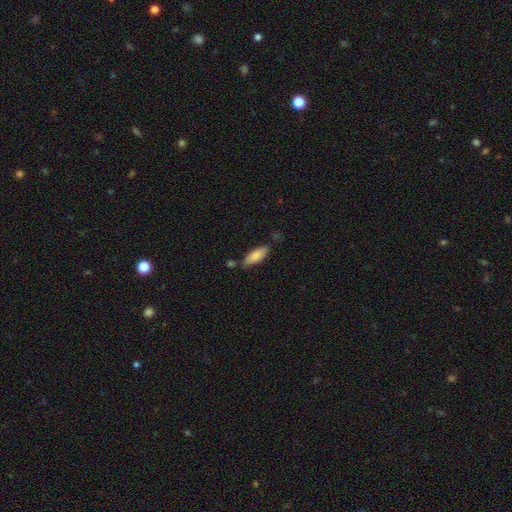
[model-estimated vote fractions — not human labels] Smooth or featured? Predicted: smooth (p=0.82). How rounded? Predicted: in between (p=0.64). Merging? Predicted: none (p=0.71).